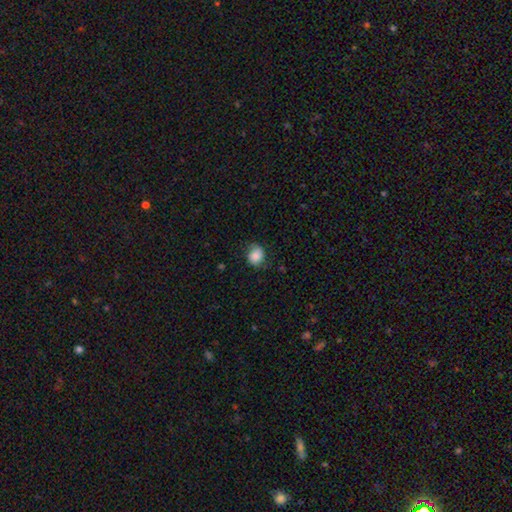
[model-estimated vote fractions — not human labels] smooth 79%, featured or disk 13%, star or artifact 8%. Down the decision tree: how rounded — round (64%); merging — none (68%).